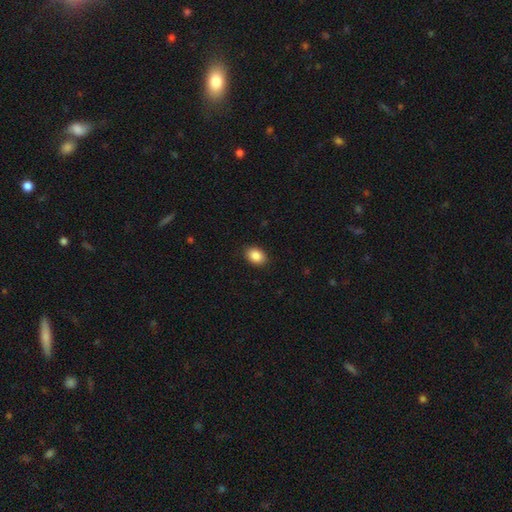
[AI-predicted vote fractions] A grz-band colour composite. It shows a smooth galaxy with no disk features (88%) that is in between round and cigar-shaped (77%). Merging: none (89%).